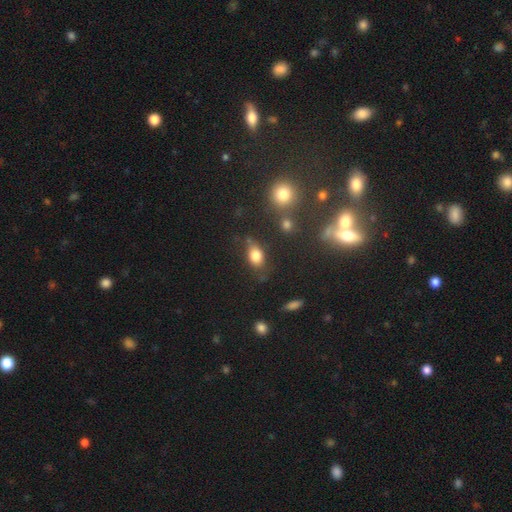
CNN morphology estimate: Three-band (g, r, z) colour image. It shows a smooth galaxy with no disk features (79%) that is in between round and cigar-shaped (79%). Merging: none (64%).